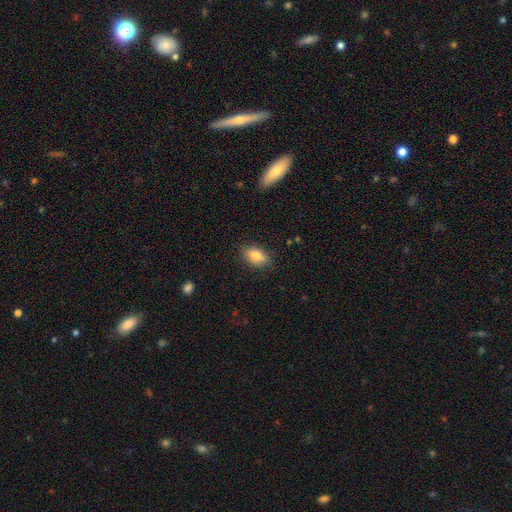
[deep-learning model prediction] Smooth or featured? Predicted: smooth (p=0.78). How rounded? Predicted: in between (p=0.87). Merging? Predicted: none (p=0.81).